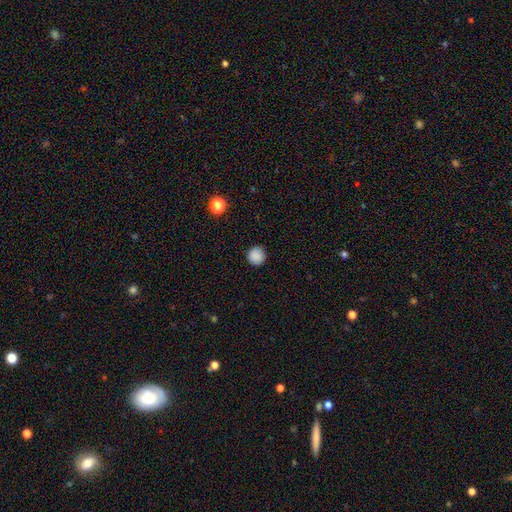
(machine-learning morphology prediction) A smooth galaxy with no disk features (87%) that is round (95%). Merging: none (91%).